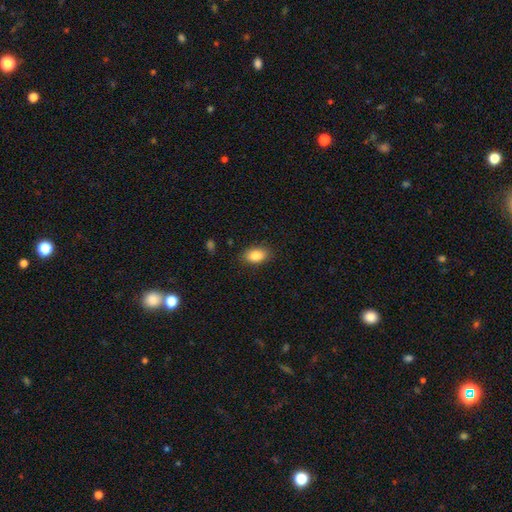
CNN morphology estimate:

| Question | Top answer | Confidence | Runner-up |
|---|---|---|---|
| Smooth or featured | smooth | 86% | star or artifact (8%) |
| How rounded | in between | 88% | round (11%) |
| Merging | none | 85% | minor disturbance (11%) |